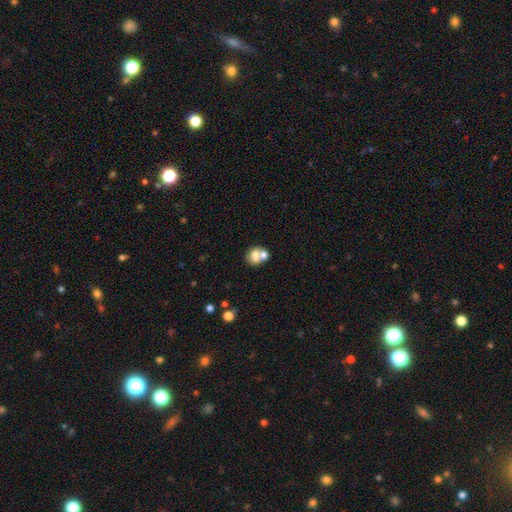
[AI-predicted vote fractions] smooth 71%, featured or disk 19%, star or artifact 10%. Down the decision tree: how rounded — round (66%); merging — merger (47%).